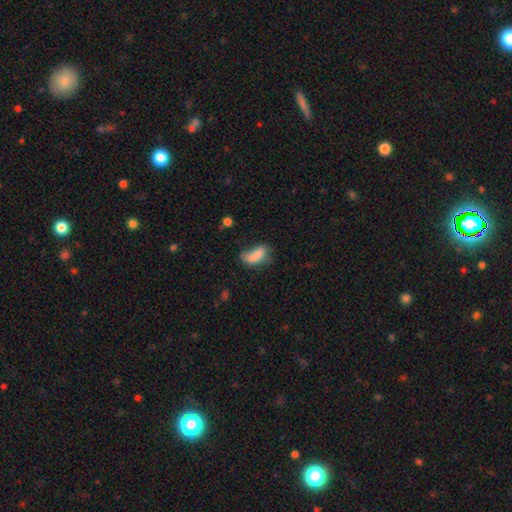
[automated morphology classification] type=smooth (77%); roundness=in between (81%); merging=none (36%).